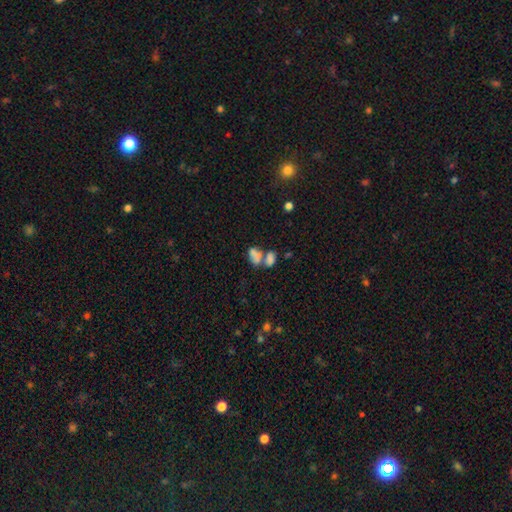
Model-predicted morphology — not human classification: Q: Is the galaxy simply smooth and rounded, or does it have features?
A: smooth — 72%.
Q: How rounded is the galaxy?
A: in between — 85%.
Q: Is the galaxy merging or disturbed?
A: merger — 62%.